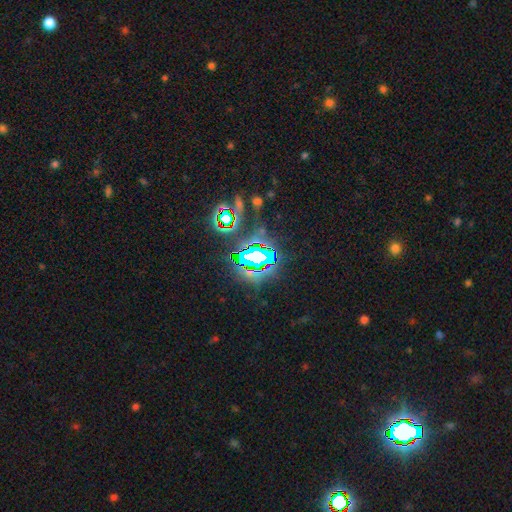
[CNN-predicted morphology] Q: Smooth or featured?
A: star or artifact (75%); runner-up: smooth (13%)